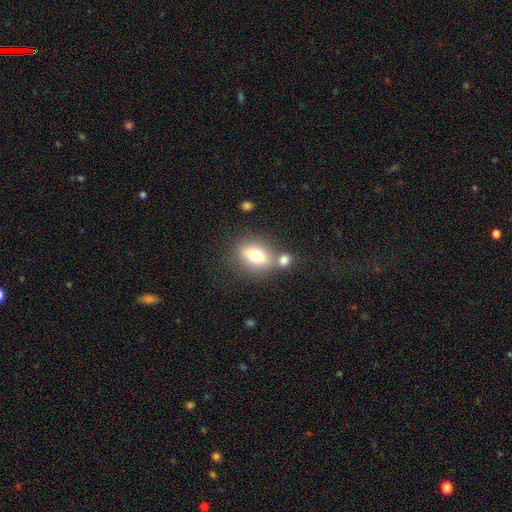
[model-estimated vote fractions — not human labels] Overall: smooth (72%). How rounded: in between (74%). Merging: none (59%; merger 25%).